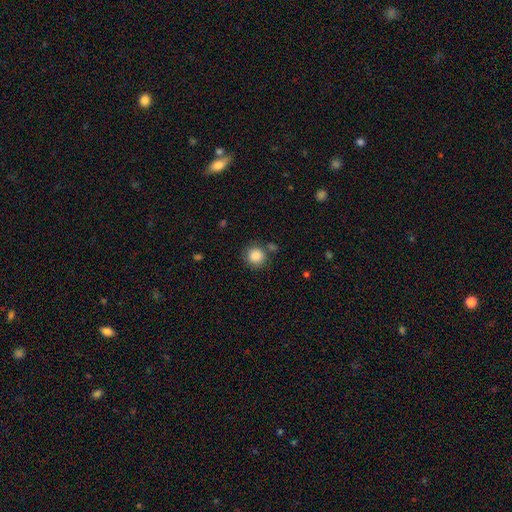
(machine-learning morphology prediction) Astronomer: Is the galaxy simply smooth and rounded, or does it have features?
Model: smooth — 86%.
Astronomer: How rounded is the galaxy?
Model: round — 88%.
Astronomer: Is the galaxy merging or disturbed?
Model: none — 78%.